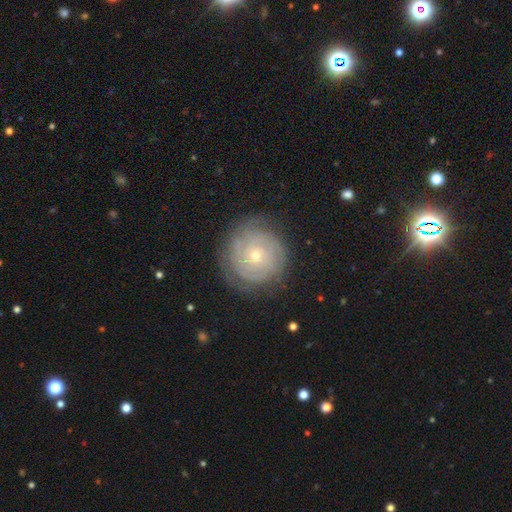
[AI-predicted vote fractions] Smooth or featured?
  - featured or disk: 79% *
  - smooth: 14%
  - star or artifact: 7%
Edge-on disk?
  - no: 98% *
  - yes: 2%
Bar?
  - no: 82% *
  - weak: 15%
  - strong: 3%
Spiral arms?
  - yes: 94% *
  - no: 6%
Spiral winding?
  - tight: 85% *
  - medium: 12%
  - loose: 3%
Spiral arm count?
  - can't tell: 36% *
  - 2: 21%
  - 3: 20%
  - 4: 11%
  - more than 4: 6%
  - 1: 6%
Bulge size?
  - small: 65% *
  - moderate: 32%
  - large: 1%
  - none: 1%
  - dominant: 1%
Merging?
  - none: 80% *
  - minor disturbance: 14%
  - major disturbance: 5%
  - merger: 1%